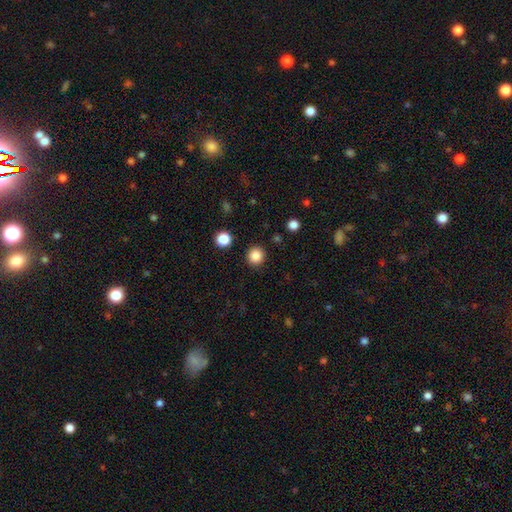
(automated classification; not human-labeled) Smooth or featured? smooth (86%)
How rounded? round (94%)
Merging? none (92%)